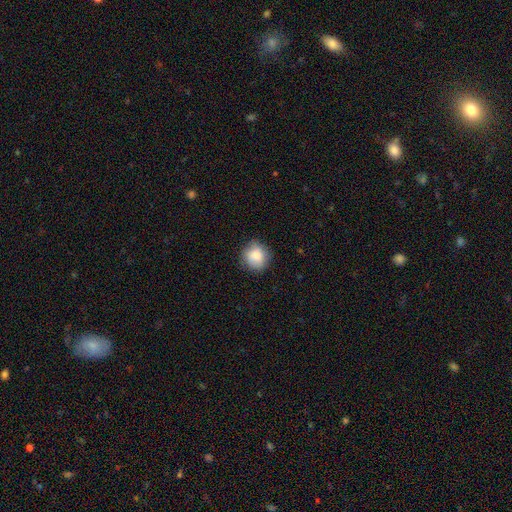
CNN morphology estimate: A smooth galaxy with no disk features (85%) that is round (88%). Merging: none (83%).